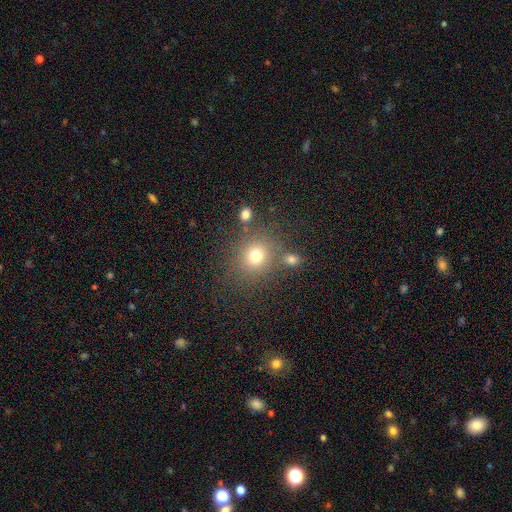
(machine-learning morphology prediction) type=smooth (74%); roundness=round (79%); merging=none (74%).